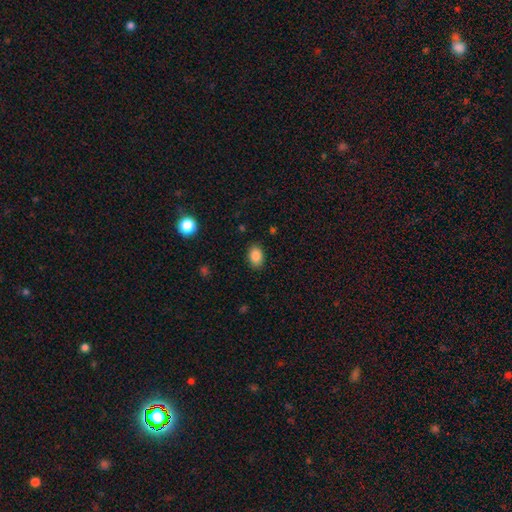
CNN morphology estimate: Overall: smooth (87%). How rounded: in between (82%). Merging: none (86%).